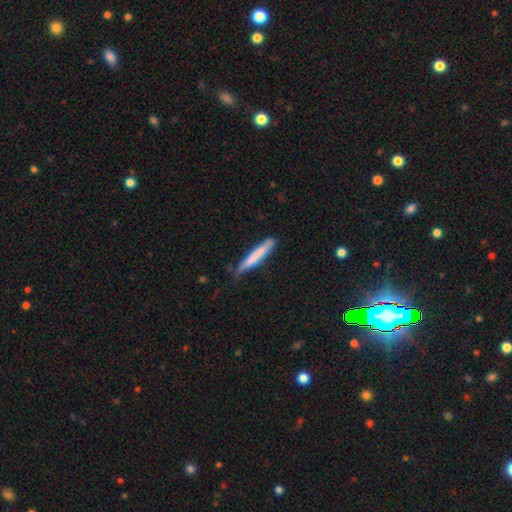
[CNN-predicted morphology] type=smooth (71%); roundness=cigar-shaped (95%); merging=none (69%).